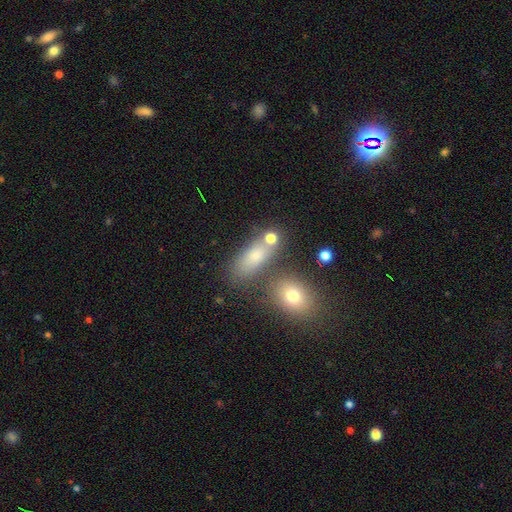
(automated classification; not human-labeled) Smooth or featured? Predicted: smooth (p=0.70). How rounded? Predicted: in between (p=0.68). Merging? Predicted: none (p=0.62).